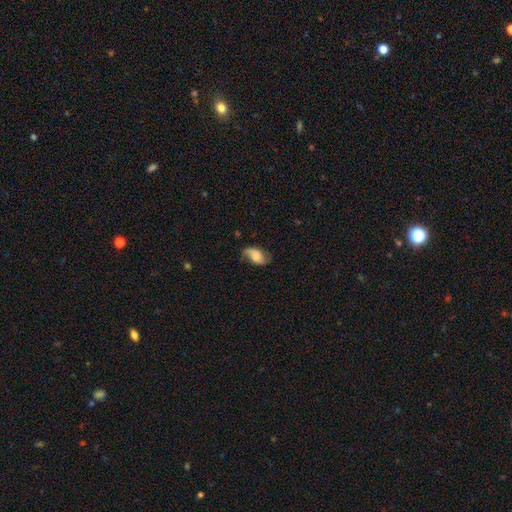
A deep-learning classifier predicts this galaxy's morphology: A featured or disk galaxy (55%) with no bar (56%), spiral arms (91%) and a moderate central bulge (30%).

Vote fractions:
- Smooth or featured? featured or disk: 55% / smooth: 36% / star or artifact: 8%
- Edge-on disk? no: 95% / yes: 5%
- Bar? no: 56% / weak: 33% / strong: 11%
- Spiral arms? yes: 91% / no: 9%
- Bulge size? moderate: 30% / small: 23% / large: 22% / none: 19% / dominant: 6%
- Merging? none: 65% / minor disturbance: 23% / major disturbance: 10% / merger: 2%